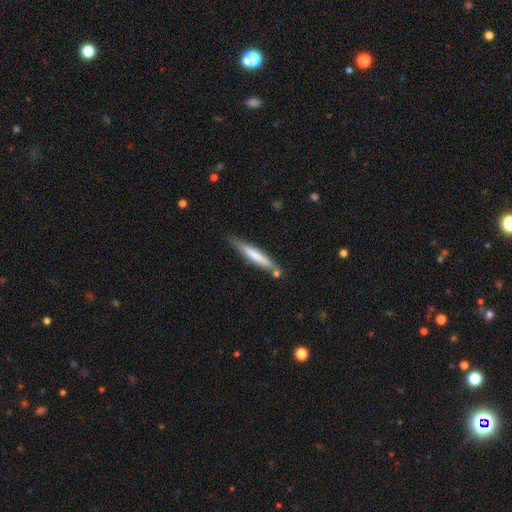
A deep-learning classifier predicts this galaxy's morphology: This appears to be a smooth galaxy with no disk features (62%) that is cigar-shaped (94%). Merging: none (72%).